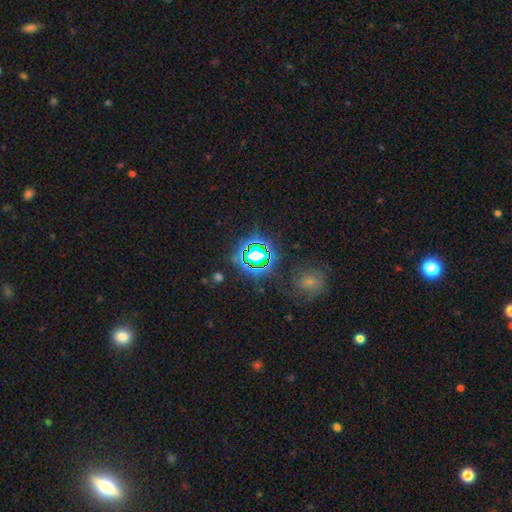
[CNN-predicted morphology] Smooth or featured: star or artifact — 73% (smooth — 16%)